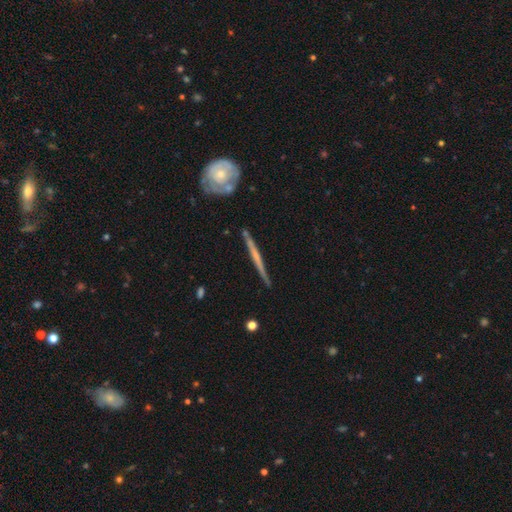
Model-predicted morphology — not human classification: A featured or disk galaxy (70%) viewed edge-on (97%) with no central bulge (69%). Merging: none (88%).